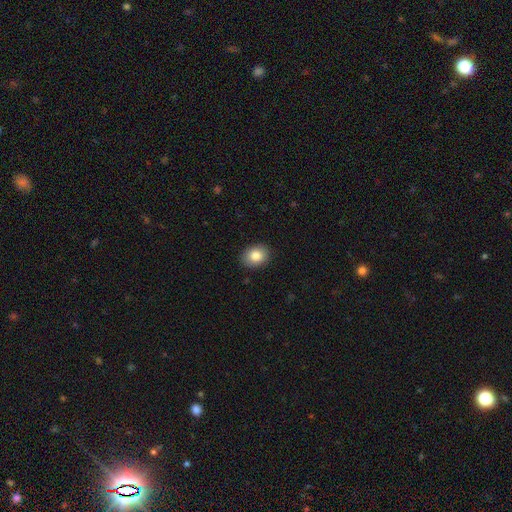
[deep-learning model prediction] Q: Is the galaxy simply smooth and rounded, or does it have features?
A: smooth — 83%.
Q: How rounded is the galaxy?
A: in between — 56%.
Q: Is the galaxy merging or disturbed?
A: none — 90%.